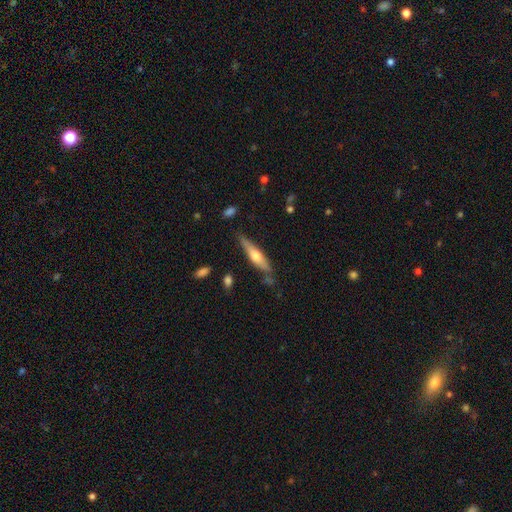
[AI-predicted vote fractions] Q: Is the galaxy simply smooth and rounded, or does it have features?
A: featured or disk — 55%.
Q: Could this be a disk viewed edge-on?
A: yes — 93%.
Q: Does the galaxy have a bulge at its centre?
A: rounded — 89%.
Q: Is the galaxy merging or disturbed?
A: none — 78%.